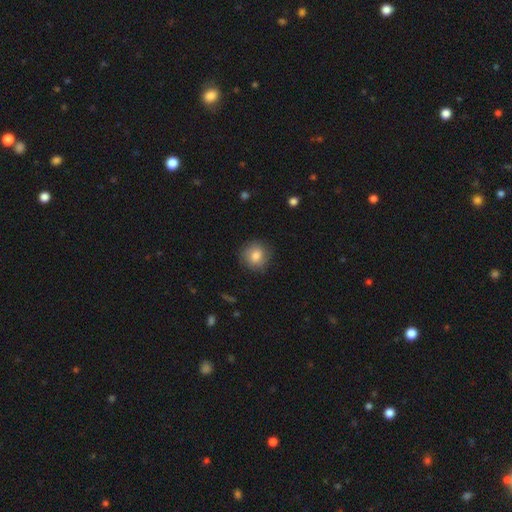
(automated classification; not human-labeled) smooth-or-featured: smooth: 80% | featured or disk: 12% | star or artifact: 8%
  how-rounded: round: 86% | in between: 13% | cigar-shaped: 1%
  merging: none: 83% | minor disturbance: 12% | major disturbance: 3% | merger: 1%